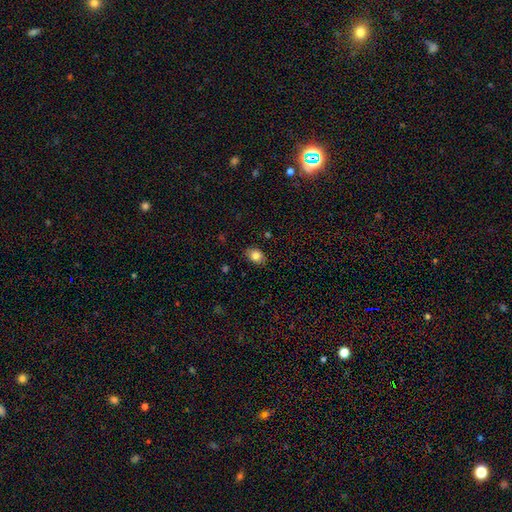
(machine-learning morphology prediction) Overall: smooth (83%). How rounded: in between (69%; round 30%). Merging: none (85%).